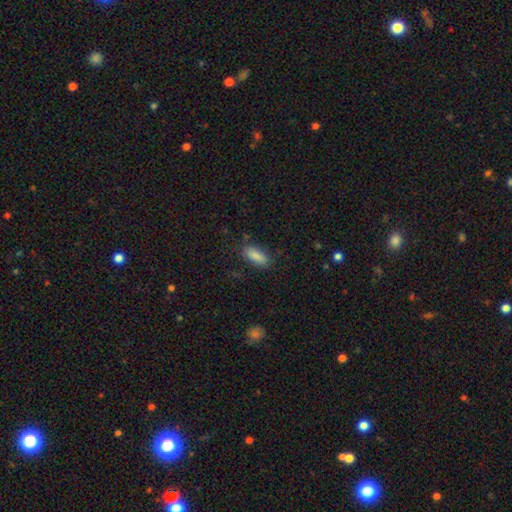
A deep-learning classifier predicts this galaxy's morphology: type=smooth (86%); roundness=in between (74%); merging=none (81%).